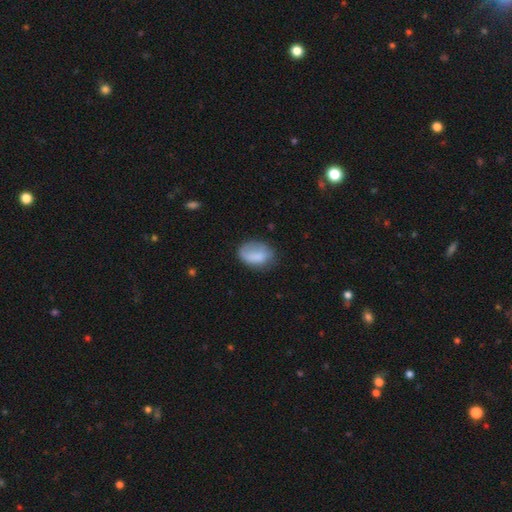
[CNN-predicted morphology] smooth_or_featured: smooth (p=0.78) [alt: featured or disk p=0.15]
how_rounded: in between (p=0.80) [alt: round p=0.18]
merging: none (p=0.54) [alt: minor disturbance p=0.29]